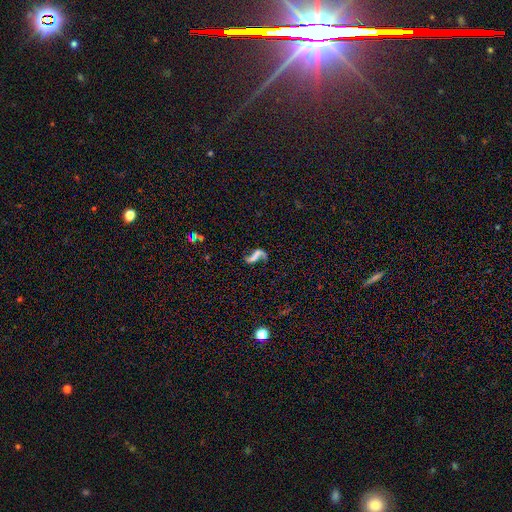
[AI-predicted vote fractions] featured or disk 61%, smooth 24%, star or artifact 15%. Down the decision tree: edge-on disk — no (91%); bar — no (41%); spiral arms — yes (72%); bulge size — none (67%); merging — none (46%).